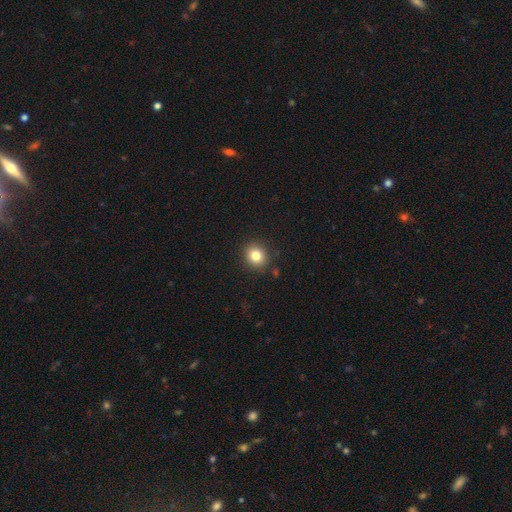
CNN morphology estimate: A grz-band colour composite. It shows a smooth galaxy with no disk features (82%) that is round (80%). Merging: none (88%).